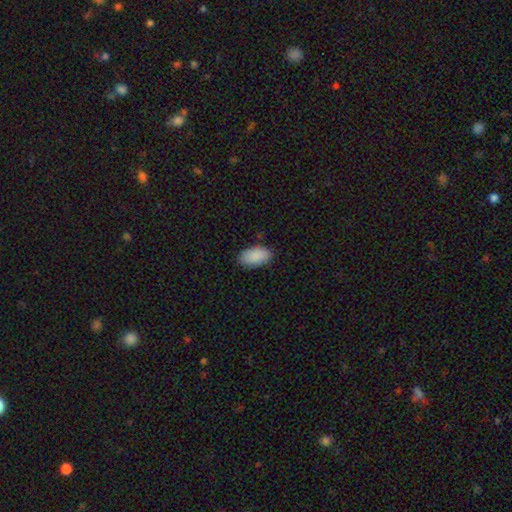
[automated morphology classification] Smooth or featured? smooth (90%)
How rounded? in between (95%)
Merging? none (85%)